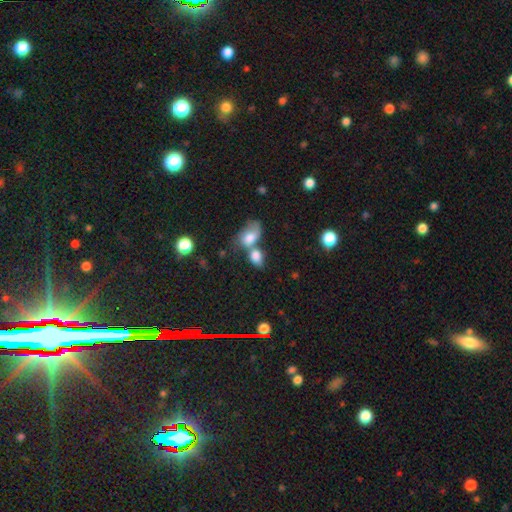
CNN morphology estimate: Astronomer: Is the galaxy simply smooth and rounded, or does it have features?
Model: smooth — 76%.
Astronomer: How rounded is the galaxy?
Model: in between — 79%.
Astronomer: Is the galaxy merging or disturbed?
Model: merger — 61%.